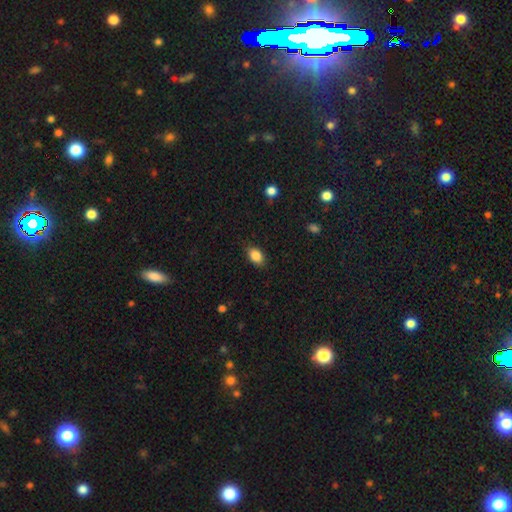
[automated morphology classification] Smooth or featured: smooth — 86% (star or artifact — 9%)
How rounded: in between — 82% (round — 16%)
Merging: none — 83% (minor disturbance — 13%)